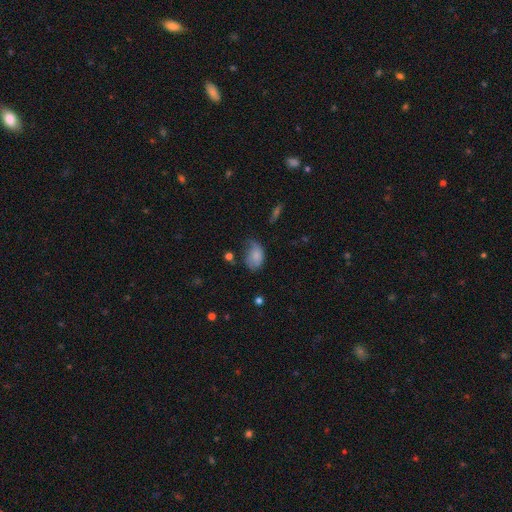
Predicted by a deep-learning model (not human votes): Morphology: type=smooth (76%); roundness=in between (84%); merging=minor disturbance (39%).